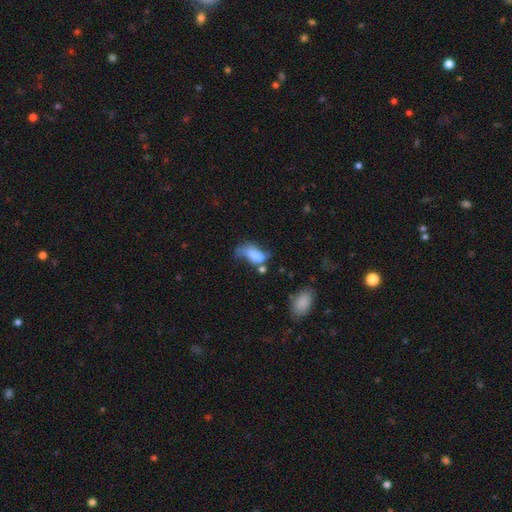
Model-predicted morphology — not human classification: type=smooth (71%); roundness=in between (87%); merging=major disturbance (39%).